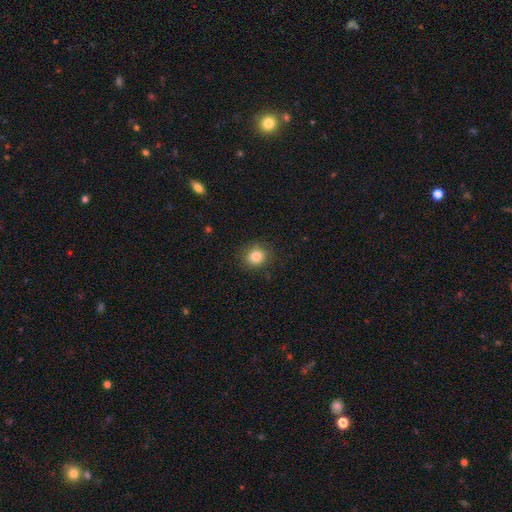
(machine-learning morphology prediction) Q: Smooth or featured?
A: smooth (83%); runner-up: star or artifact (11%)
Q: How rounded?
A: round (83%); runner-up: in between (16%)
Q: Merging?
A: none (87%); runner-up: minor disturbance (9%)